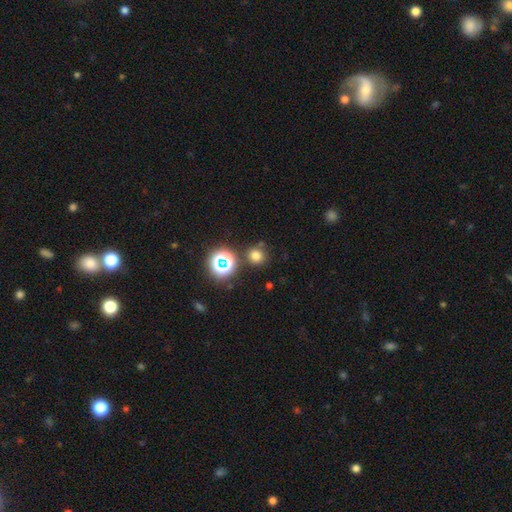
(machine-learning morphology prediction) A smooth galaxy with no disk features (70%) that is round (90%). Merging: none (80%).